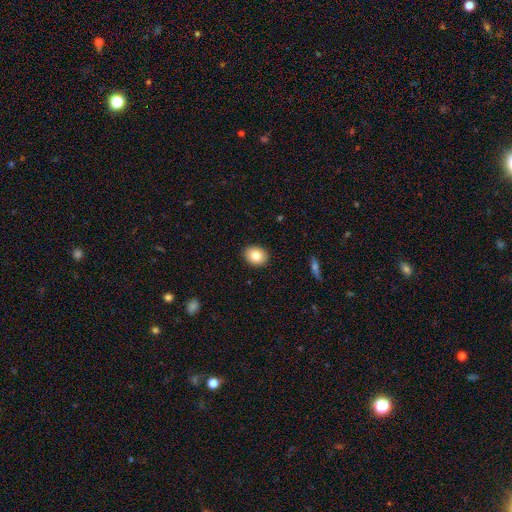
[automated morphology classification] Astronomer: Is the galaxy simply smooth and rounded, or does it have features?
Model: smooth — 82%.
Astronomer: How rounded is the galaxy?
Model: in between — 50% (runner-up: round, 49%).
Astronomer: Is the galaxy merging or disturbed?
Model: none — 91%.